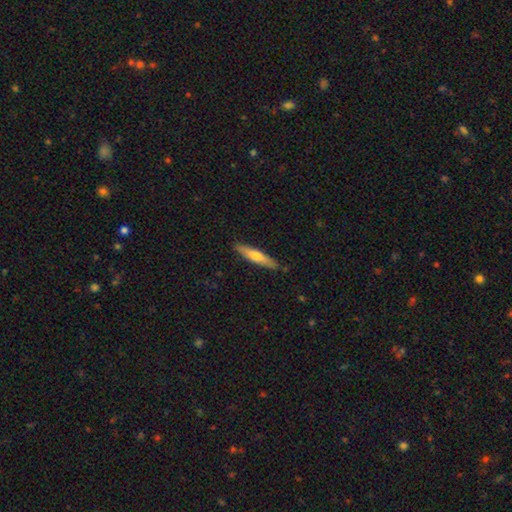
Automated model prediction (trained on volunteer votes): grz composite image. It shows a smooth galaxy with no disk features (56%) that is cigar-shaped (87%). Merging: none (88%).